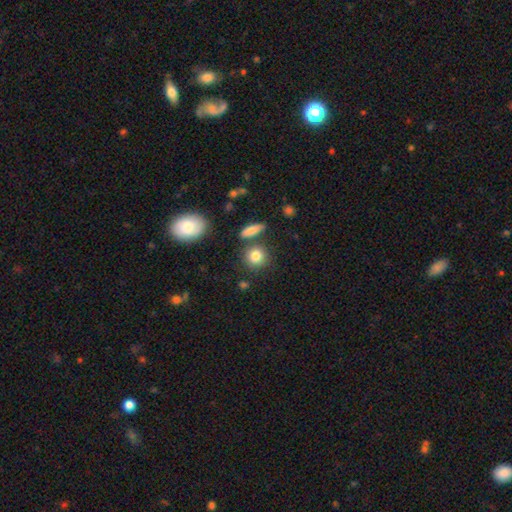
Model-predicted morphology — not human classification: Overall: smooth (83%). How rounded: round (81%). Merging: none (76%).